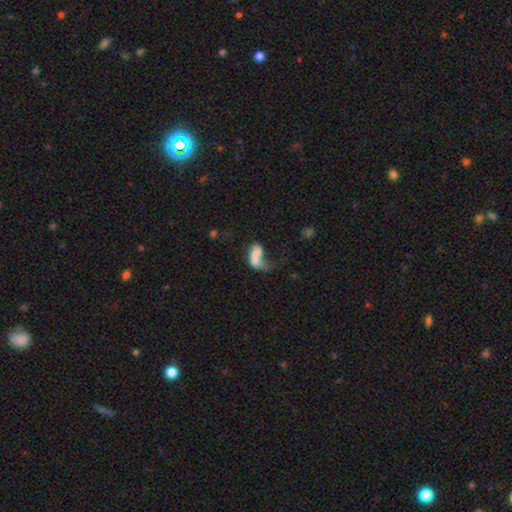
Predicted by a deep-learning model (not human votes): This is possibly a smooth galaxy (52%). How rounded: likely in between (79%). Merging: possibly merger (55%).